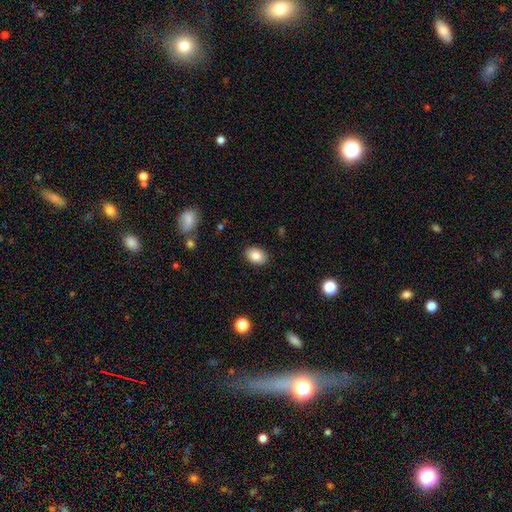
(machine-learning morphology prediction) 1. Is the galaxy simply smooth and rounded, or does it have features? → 84% smooth, 8% star or artifact, 8% featured or disk.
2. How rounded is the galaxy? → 81% in between, 18% round, 1% cigar-shaped.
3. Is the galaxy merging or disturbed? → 88% none, 8% minor disturbance, 2% major disturbance, 1% merger.